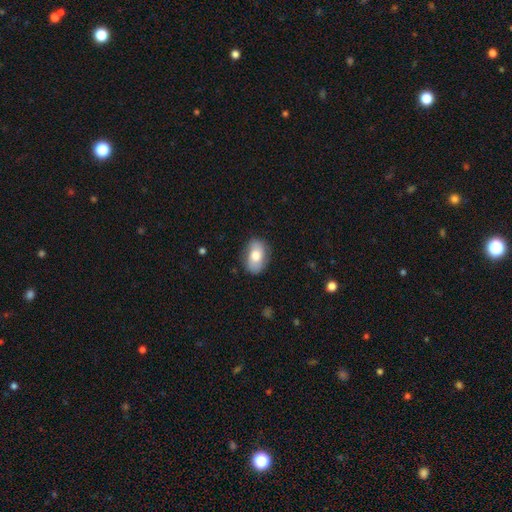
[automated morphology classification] Q: Smooth or featured?
A: smooth (70%); runner-up: featured or disk (24%)
Q: How rounded?
A: in between (88%); runner-up: round (10%)
Q: Merging?
A: none (80%); runner-up: minor disturbance (15%)